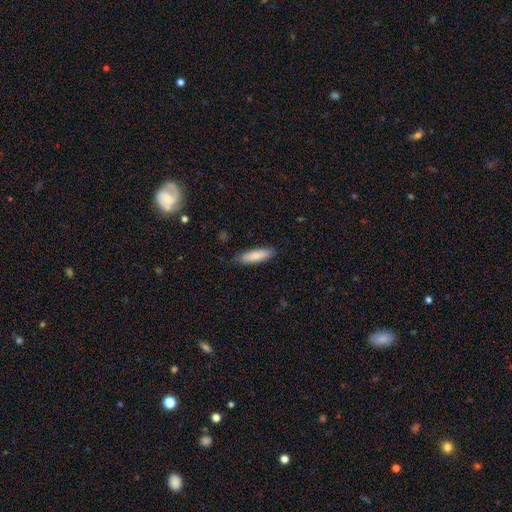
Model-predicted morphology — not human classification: Smooth or featured: smooth — 85% (featured or disk — 10%)
How rounded: cigar-shaped — 61% (in between — 37%)
Merging: none — 85% (minor disturbance — 12%)